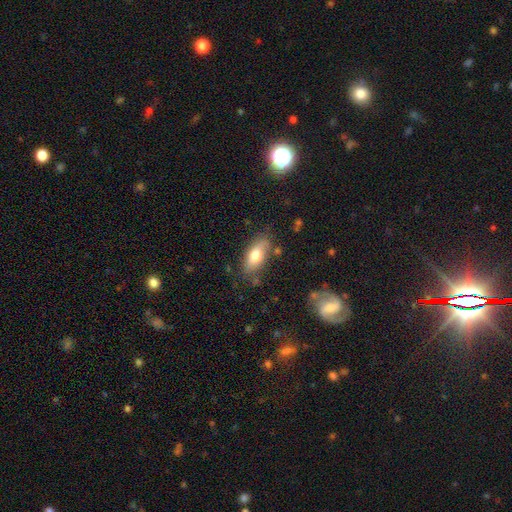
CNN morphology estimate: Smooth or featured? smooth (71%)
How rounded? in between (81%)
Merging? none (76%)